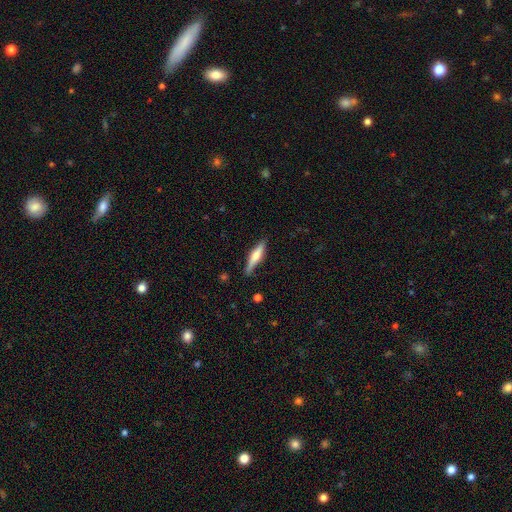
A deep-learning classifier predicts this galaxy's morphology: Overall: smooth (49%; featured or disk 44%). Merging: none (81%).